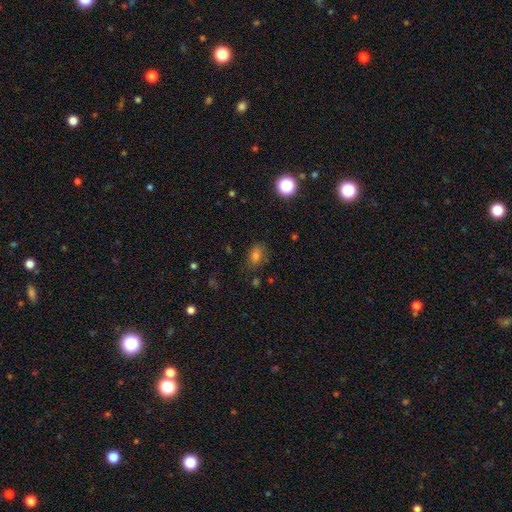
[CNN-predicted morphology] The model was most divided on "smooth or featured": smooth: 67%, star or artifact: 23%, featured or disk: 10%. More confident: merging — none (74%); how rounded — in between (73%).